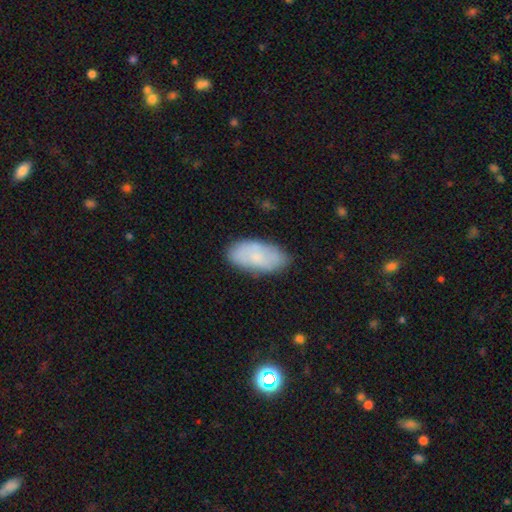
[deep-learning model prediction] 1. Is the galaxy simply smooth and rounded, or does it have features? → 70% smooth, 23% featured or disk, 7% star or artifact.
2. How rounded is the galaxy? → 93% in between, 4% cigar-shaped, 3% round.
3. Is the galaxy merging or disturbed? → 77% none, 17% minor disturbance, 4% major disturbance, 2% merger.